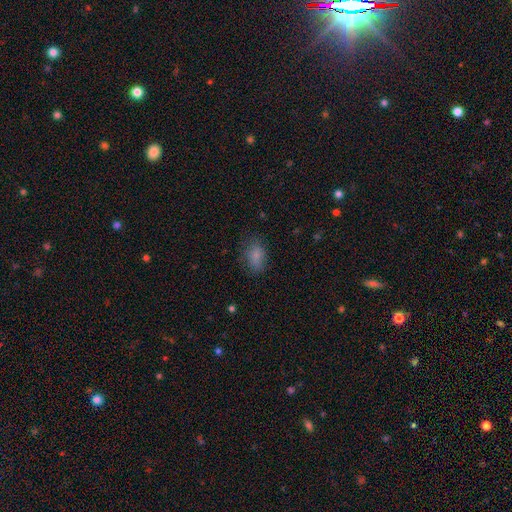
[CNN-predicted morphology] A smooth galaxy with no disk features (81%) that is in between round and cigar-shaped (84%).

Vote fractions:
- Smooth or featured? smooth: 81% / star or artifact: 10% / featured or disk: 9%
- How rounded? in between: 84% / round: 14% / cigar-shaped: 2%
- Merging? none: 70% / minor disturbance: 21% / major disturbance: 8% / merger: 1%